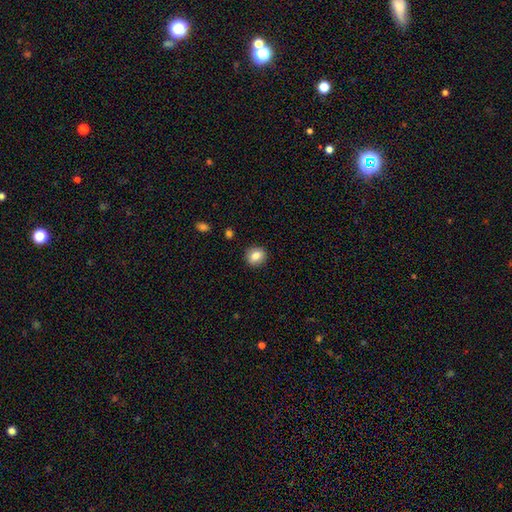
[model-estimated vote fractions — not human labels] smooth 82%, featured or disk 9%, star or artifact 9%. Down the decision tree: how rounded — round (75%); merging — none (90%).